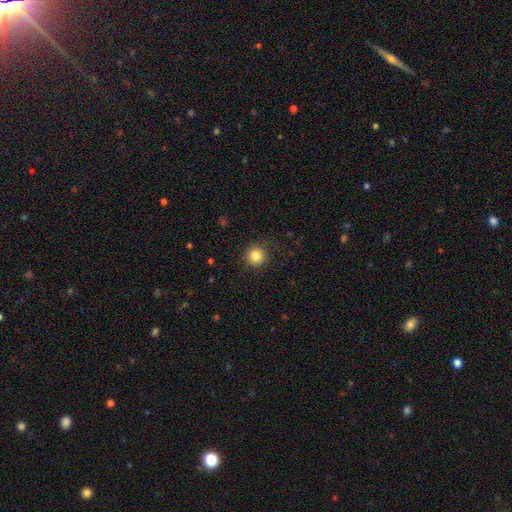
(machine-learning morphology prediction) Smooth or featured: smooth — 83% (star or artifact — 11%)
How rounded: round — 94% (in between — 5%)
Merging: none — 88% (minor disturbance — 8%)